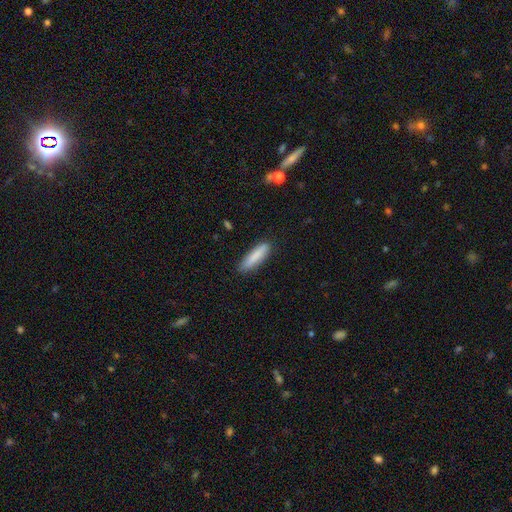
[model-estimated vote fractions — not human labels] Q: Smooth or featured?
A: smooth (85%); runner-up: featured or disk (9%)
Q: How rounded?
A: cigar-shaped (74%); runner-up: in between (25%)
Q: Merging?
A: none (85%); runner-up: minor disturbance (11%)